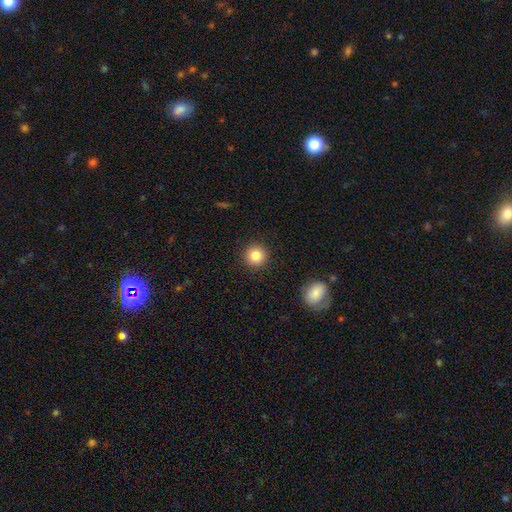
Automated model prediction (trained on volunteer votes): This appears to be a smooth galaxy with no disk features (83%) that is round (94%). Merging: none (91%).